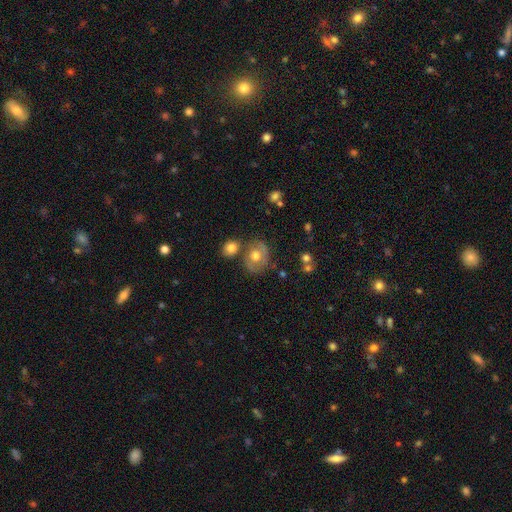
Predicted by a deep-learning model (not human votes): Smooth or featured?
  - featured or disk: 49% *
  - smooth: 42%
  - star or artifact: 9%
Merging?
  - none: 62% *
  - minor disturbance: 18%
  - merger: 12%
  - major disturbance: 7%